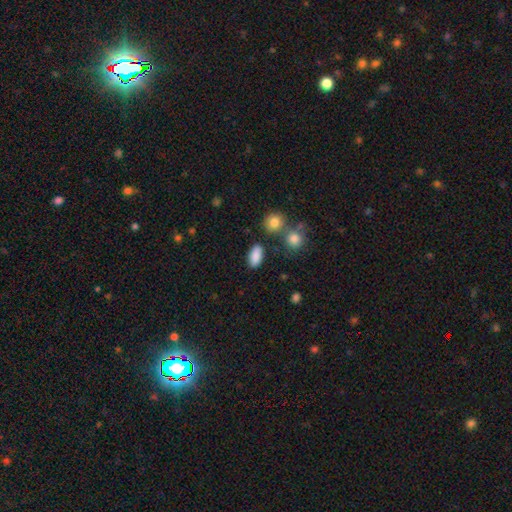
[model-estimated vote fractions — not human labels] This appears to be a smooth galaxy with no disk features (87%) that is in between round and cigar-shaped (89%). Merging: none (82%).